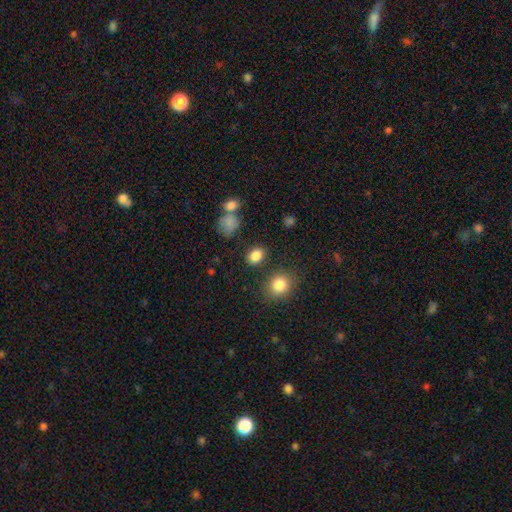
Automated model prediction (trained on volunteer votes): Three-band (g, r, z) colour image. It shows a smooth galaxy with no disk features (84%) that is in between round and cigar-shaped (62%). Merging: none (83%).